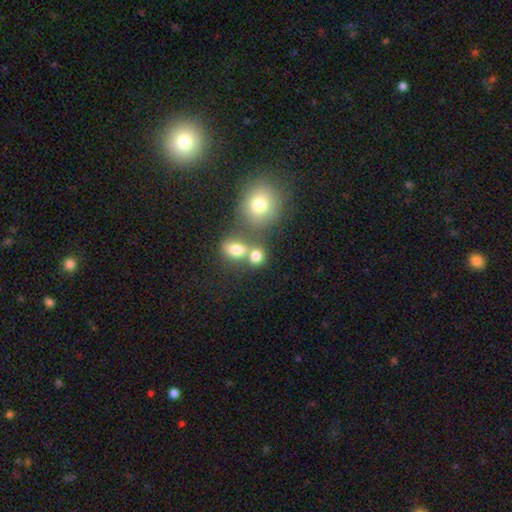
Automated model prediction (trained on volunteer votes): This appears to be a smooth galaxy with no disk features (77%) that is round (71%). Merging: none (46%).